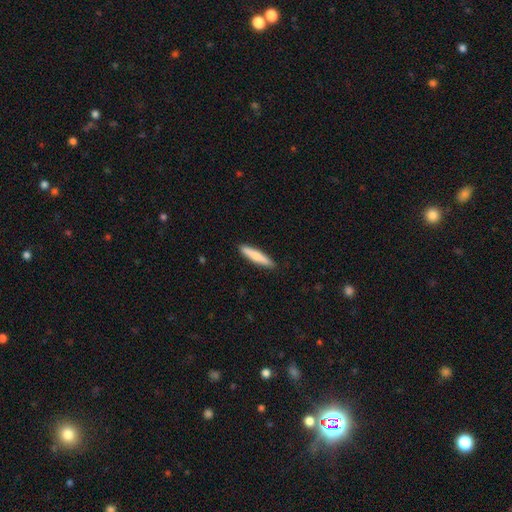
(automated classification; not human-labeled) The model was most divided on "smooth or featured": smooth: 74%, featured or disk: 21%, star or artifact: 5%. More confident: merging — none (90%); how rounded — cigar-shaped (89%).